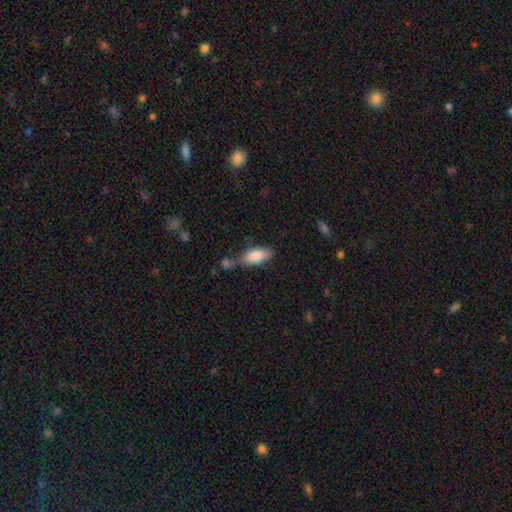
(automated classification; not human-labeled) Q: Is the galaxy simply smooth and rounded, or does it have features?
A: smooth — 83%.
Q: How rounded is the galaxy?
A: in between — 88%.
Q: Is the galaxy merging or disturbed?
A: none — 38%.